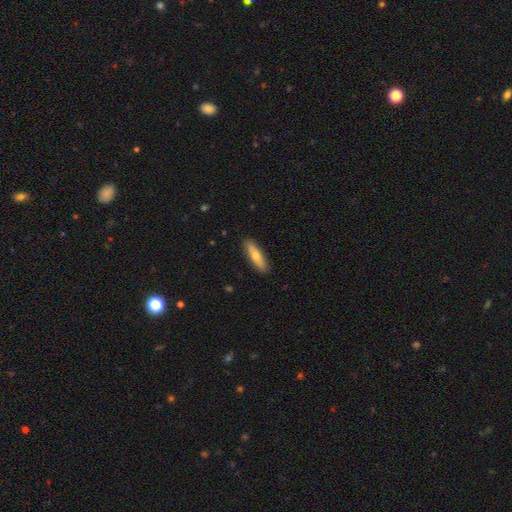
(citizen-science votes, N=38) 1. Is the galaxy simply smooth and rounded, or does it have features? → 66% smooth, 34% featured or disk, 0% star or artifact.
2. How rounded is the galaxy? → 72% cigar-shaped, 28% in between, 0% round.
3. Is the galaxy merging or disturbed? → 97% none, 3% minor disturbance, 0% major disturbance, 0% merger.